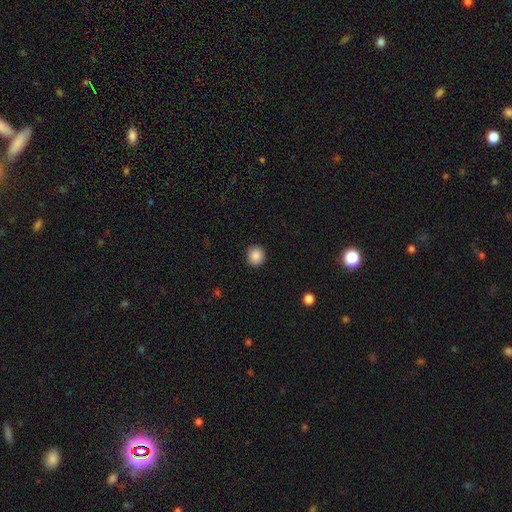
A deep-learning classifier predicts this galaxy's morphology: Overall: smooth (88%). How rounded: round (91%). Merging: none (91%).